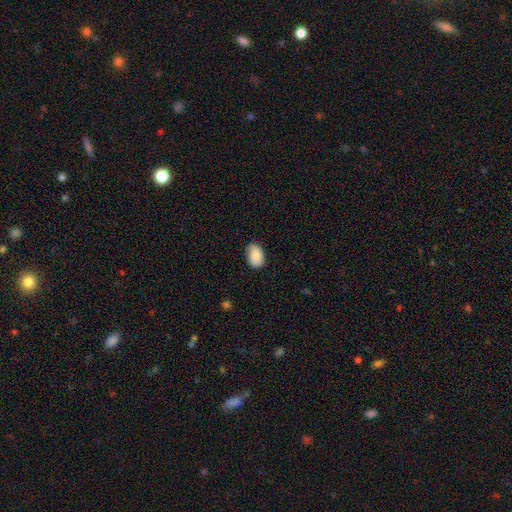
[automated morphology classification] Smooth or featured?
  - smooth: 87% *
  - star or artifact: 7%
  - featured or disk: 6%
How rounded?
  - in between: 87% *
  - round: 12%
  - cigar-shaped: 1%
Merging?
  - none: 73% *
  - minor disturbance: 22%
  - major disturbance: 4%
  - merger: 1%